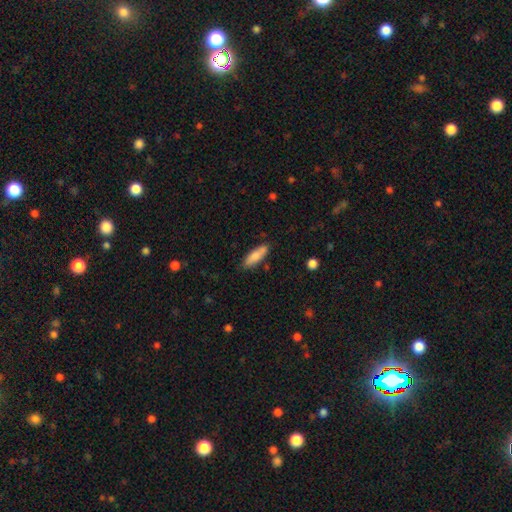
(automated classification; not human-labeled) This appears to be a smooth galaxy with no disk features (79%) that is in between round and cigar-shaped (49%, tied with cigar-shaped). Merging: none (77%).